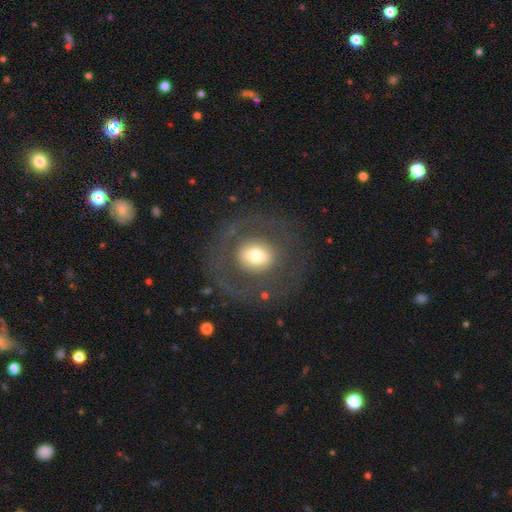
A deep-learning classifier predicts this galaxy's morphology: This appears to be a smooth galaxy with no disk features (46%). Merging: none (73%).